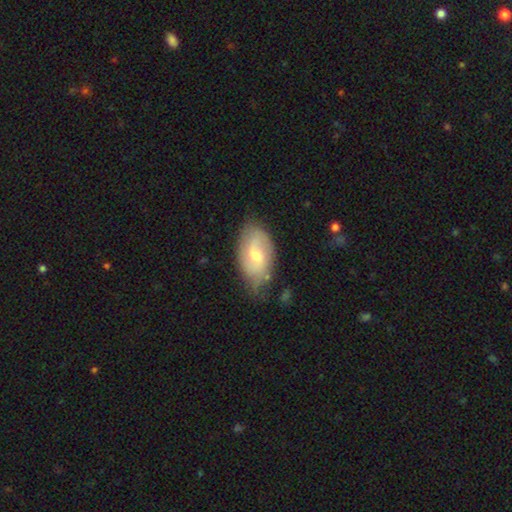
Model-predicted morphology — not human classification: This is likely a featured or disk galaxy (60%). It is clearly not viewed edge-on (95%). Bar: possibly weak (50%). Spiral arm pattern: clearly yes (84%). Central bulge: possibly moderate (58%). Merging: likely none (66%).